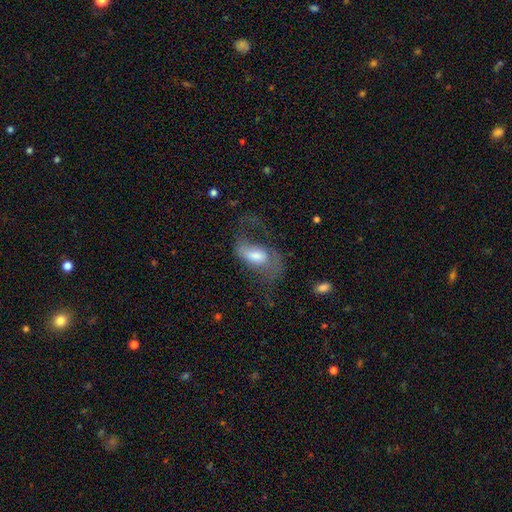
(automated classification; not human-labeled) This is likely a featured or disk galaxy (63%). It is clearly not viewed edge-on (94%). Bar: possibly weak (45%). Spiral arm pattern: clearly yes (82%). Central bulge: possibly moderate (51%). Merging: marginally major disturbance (40%).